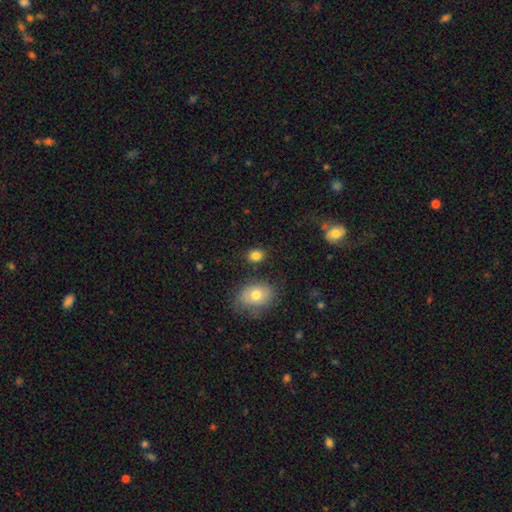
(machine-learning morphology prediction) smooth_or_featured: smooth (p=0.83) [alt: star or artifact p=0.10]
how_rounded: in between (p=0.55) [alt: round p=0.44]
merging: none (p=0.81) [alt: minor disturbance p=0.11]